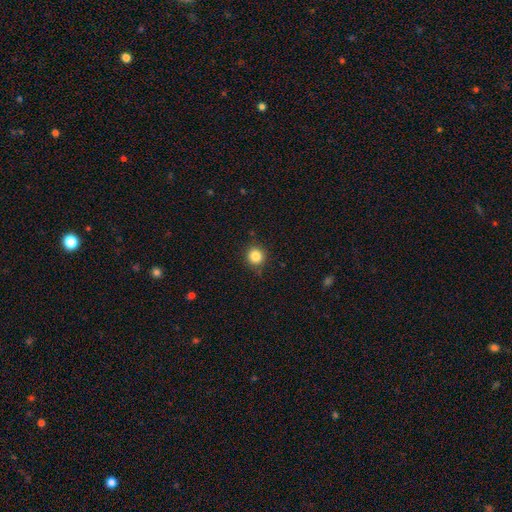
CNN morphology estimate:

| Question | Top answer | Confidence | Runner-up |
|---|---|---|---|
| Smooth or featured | smooth | 84% | star or artifact (11%) |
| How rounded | round | 92% | in between (7%) |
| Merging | none | 88% | minor disturbance (8%) |